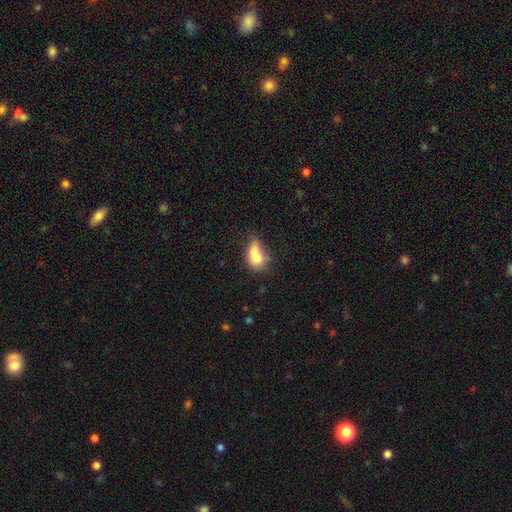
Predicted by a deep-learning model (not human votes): Smooth or featured? smooth (73%)
How rounded? in between (80%)
Merging? none (28%)